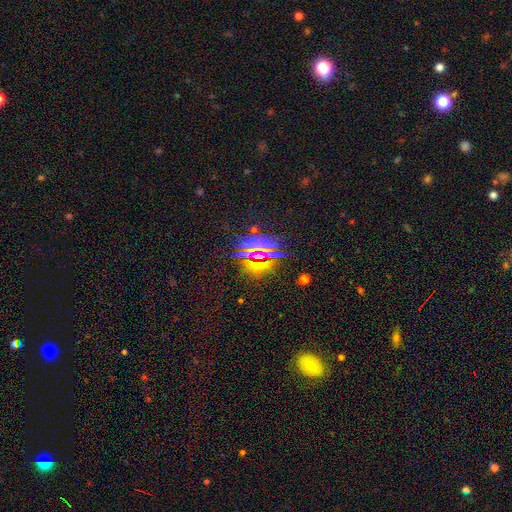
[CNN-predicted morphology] Q: Smooth or featured?
A: star or artifact (77%); runner-up: smooth (13%)